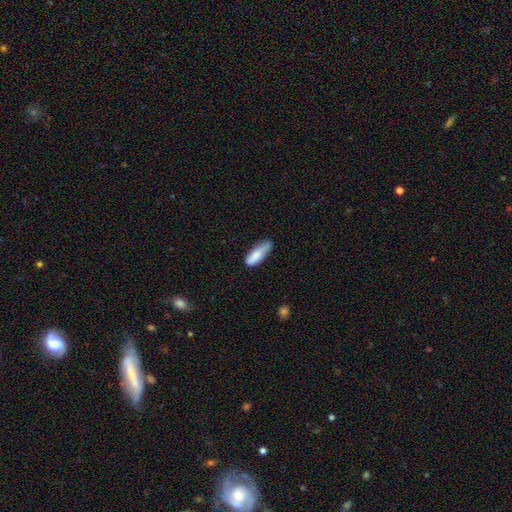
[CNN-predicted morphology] A smooth galaxy with no disk features (79%) that is in between round and cigar-shaped (53%). Merging: none (64%).